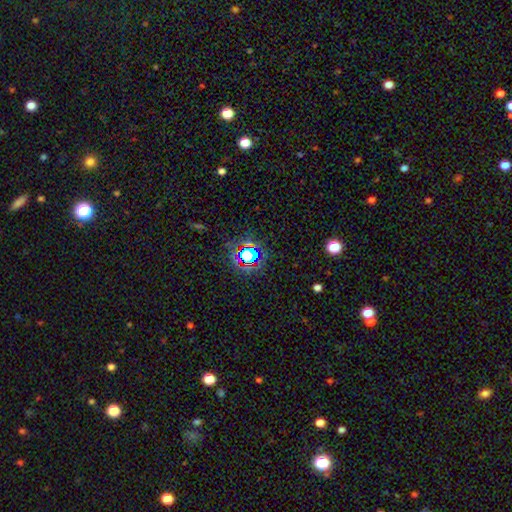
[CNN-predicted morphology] smooth_or_featured: star or artifact (p=0.68) [alt: smooth p=0.23]